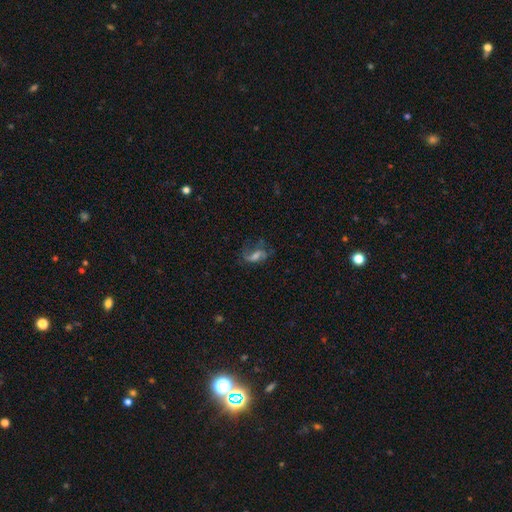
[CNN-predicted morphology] smooth-or-featured: featured or disk: 57% | smooth: 29% | star or artifact: 14%
  disk-edge-on: no: 94% | yes: 6%
    bar: weak: 42% | no: 41% | strong: 18%
    has-spiral-arms: yes: 79% | no: 21%
    bulge-size: moderate: 39% | small: 31% | none: 16% | large: 12% | dominant: 2%
  merging: none: 48% | major disturbance: 27% | minor disturbance: 22% | merger: 3%